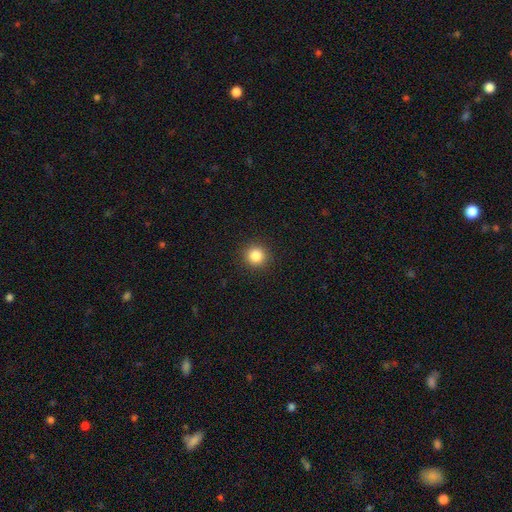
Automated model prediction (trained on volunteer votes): A smooth galaxy with no disk features (85%) that is round (94%).

Vote fractions:
- Smooth or featured? smooth: 85% / star or artifact: 11% / featured or disk: 4%
- How rounded? round: 94% / in between: 5% / cigar-shaped: 1%
- Merging? none: 92% / minor disturbance: 5% / major disturbance: 2% / merger: 1%